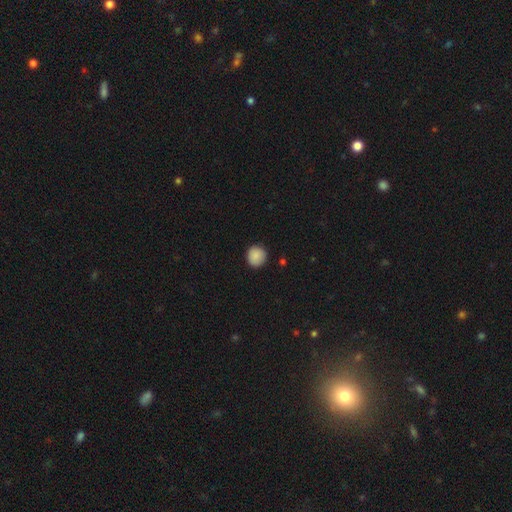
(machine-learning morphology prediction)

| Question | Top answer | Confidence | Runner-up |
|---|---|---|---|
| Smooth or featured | smooth | 88% | star or artifact (8%) |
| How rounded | round | 92% | in between (7%) |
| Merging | none | 89% | minor disturbance (8%) |